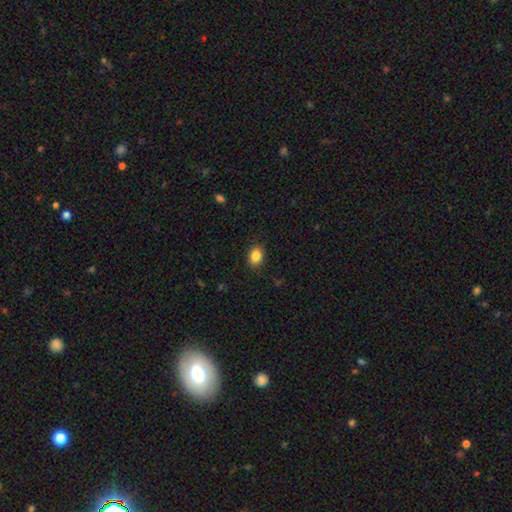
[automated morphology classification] The model was most divided on "how rounded": in between: 67%, round: 32%, cigar-shaped: 1%. More confident: merging — none (87%); smooth or featured — smooth (86%).